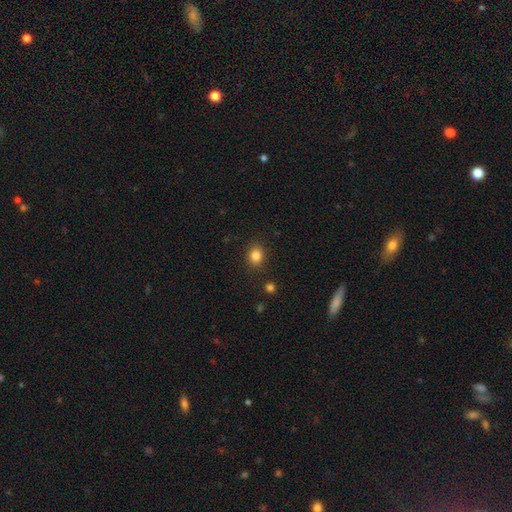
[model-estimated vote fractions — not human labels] A smooth galaxy with no disk features (84%) that is round (67%). Merging: none (88%).